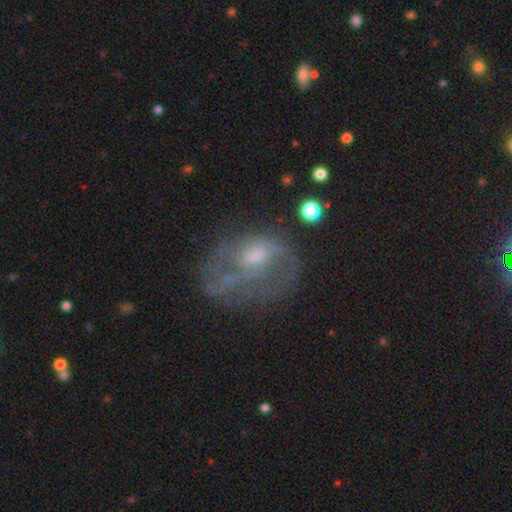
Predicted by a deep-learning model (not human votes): Smooth or featured?
  - featured or disk: 60% *
  - smooth: 29%
  - star or artifact: 11%
Edge-on disk?
  - no: 96% *
  - yes: 4%
Bar?
  - no: 60% *
  - weak: 33%
  - strong: 7%
Spiral arms?
  - no: 59% *
  - yes: 41%
Bulge size?
  - moderate: 42% *
  - small: 33%
  - none: 17%
  - large: 6%
  - dominant: 1%
Merging?
  - major disturbance: 37% *
  - none: 36%
  - minor disturbance: 21%
  - merger: 6%